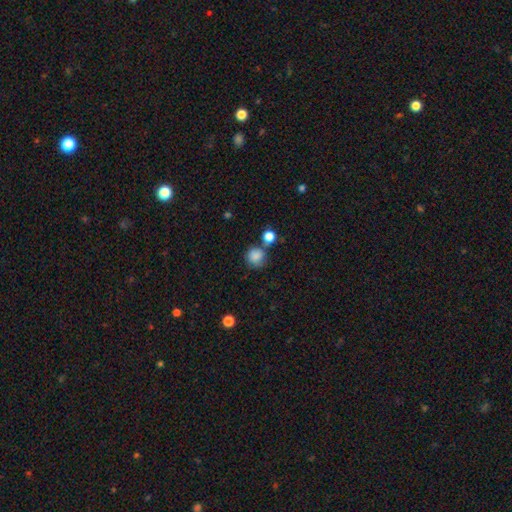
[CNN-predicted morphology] Q: Smooth or featured?
A: smooth (83%); runner-up: star or artifact (10%)
Q: How rounded?
A: round (90%); runner-up: in between (10%)
Q: Merging?
A: none (61%); runner-up: merger (19%)